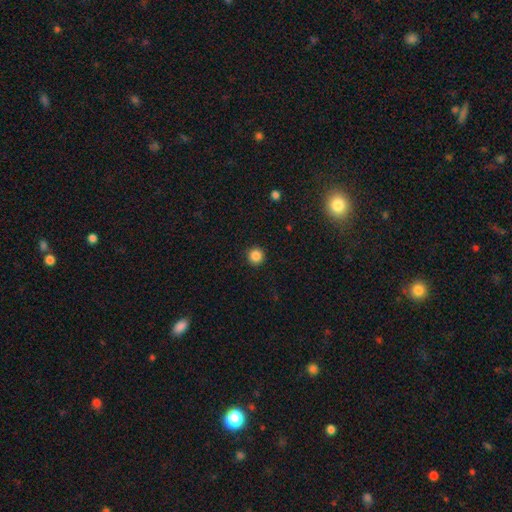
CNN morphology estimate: A smooth galaxy with no disk features (86%) that is round (96%). Merging: none (93%).